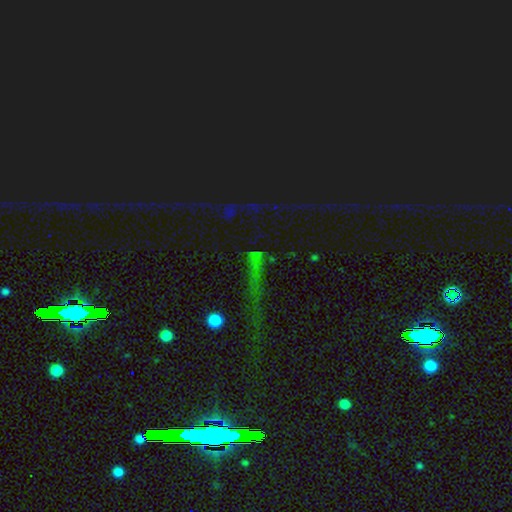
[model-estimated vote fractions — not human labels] Overall: star or artifact (63%).